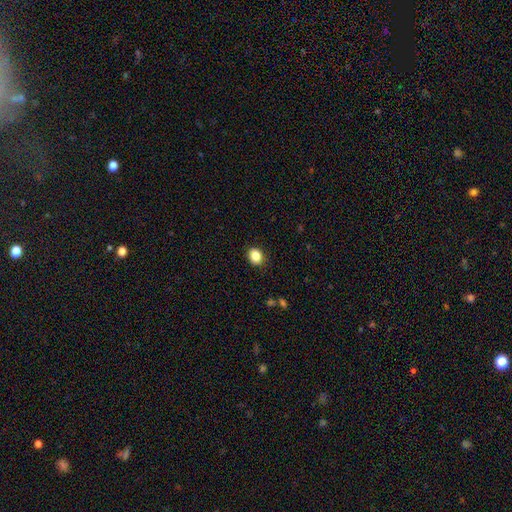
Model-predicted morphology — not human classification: A smooth galaxy with no disk features (86%) that is round (55%).

Vote fractions:
- Smooth or featured? smooth: 86% / star or artifact: 10% / featured or disk: 5%
- How rounded? round: 55% / in between: 44% / cigar-shaped: 1%
- Merging? none: 88% / minor disturbance: 8% / major disturbance: 2% / merger: 1%